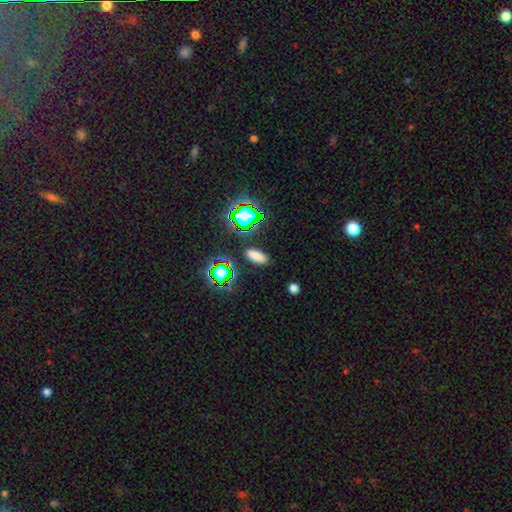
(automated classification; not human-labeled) The model was most divided on "how rounded": in between: 70%, cigar-shaped: 24%, round: 5%. More confident: merging — none (87%); smooth or featured — smooth (71%).